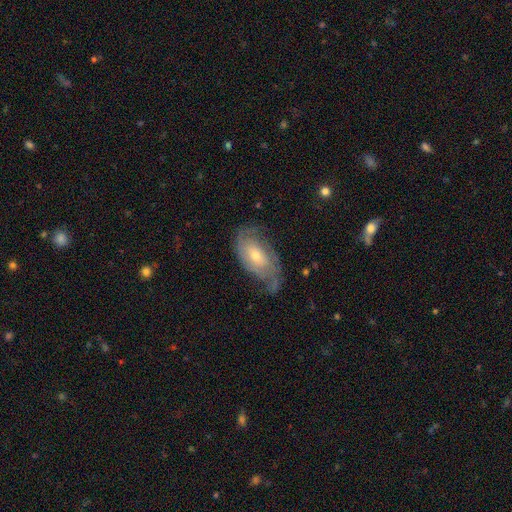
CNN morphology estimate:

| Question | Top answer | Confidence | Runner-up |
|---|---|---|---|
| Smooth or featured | featured or disk | 66% | smooth (27%) |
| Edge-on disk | no | 93% | yes (7%) |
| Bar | no | 67% | weak (27%) |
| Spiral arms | yes | 81% | no (19%) |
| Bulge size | moderate | 50% | small (45%) |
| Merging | none | 51% | minor disturbance (29%) |